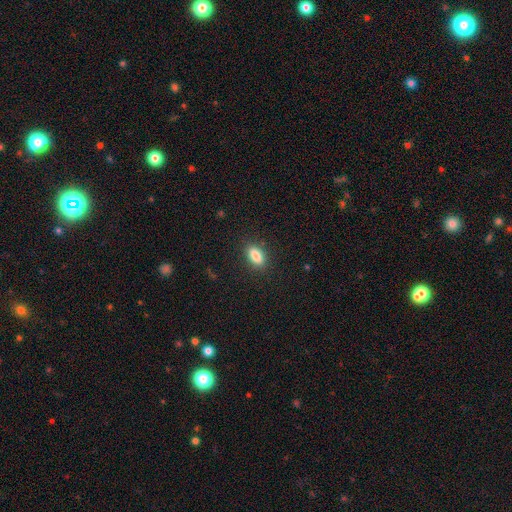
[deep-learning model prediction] smooth-or-featured: smooth: 85% | star or artifact: 8% | featured or disk: 7%
  how-rounded: in between: 86% | cigar-shaped: 9% | round: 5%
  merging: none: 88% | minor disturbance: 9% | major disturbance: 3% | merger: 1%